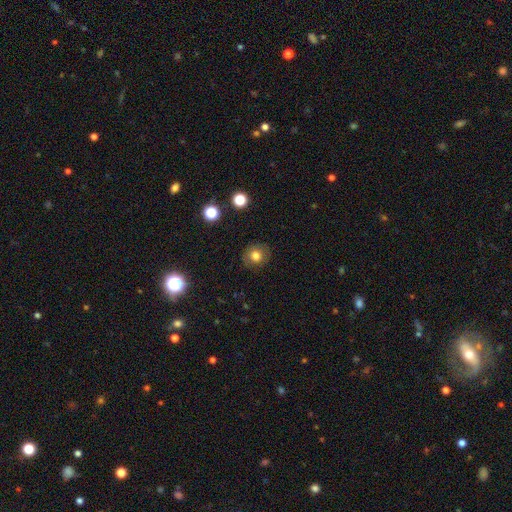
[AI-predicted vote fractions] A smooth galaxy with no disk features (76%) that is round (83%). Merging: none (86%).